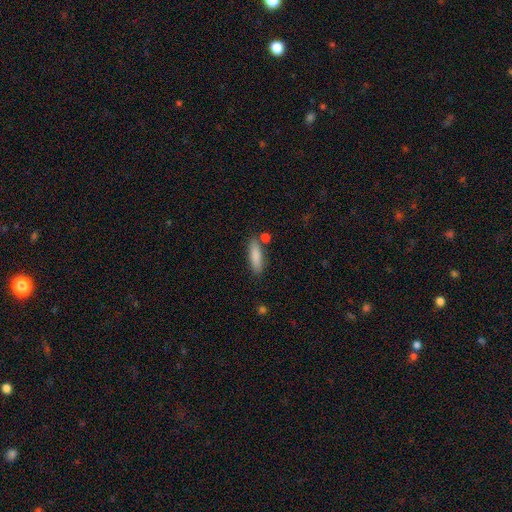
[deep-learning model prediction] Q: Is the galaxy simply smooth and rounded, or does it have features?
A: smooth — 85%.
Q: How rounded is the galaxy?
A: cigar-shaped — 58%.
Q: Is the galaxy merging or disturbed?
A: none — 78%.